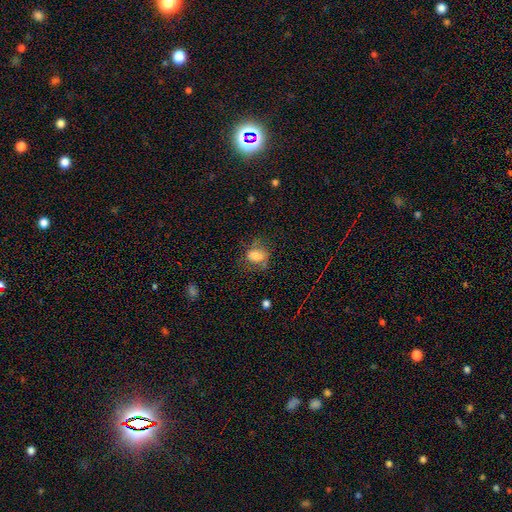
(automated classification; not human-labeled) Smooth or featured? Predicted: smooth (p=0.72). How rounded? Predicted: in between (p=0.66). Merging? Predicted: none (p=0.56).